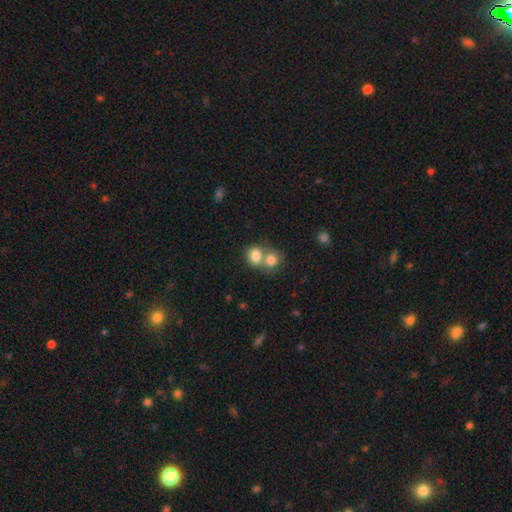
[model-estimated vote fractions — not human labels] smooth_or_featured: smooth (p=0.79) [alt: featured or disk p=0.11]
how_rounded: round (p=0.63) [alt: in between p=0.36]
merging: merger (p=0.63) [alt: none p=0.28]